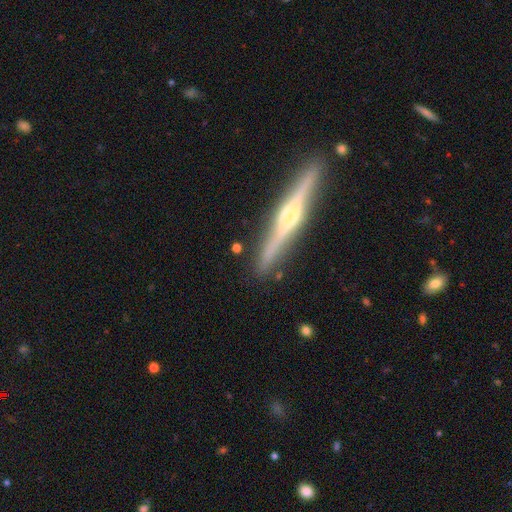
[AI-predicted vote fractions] This appears to be a featured or disk galaxy (80%) viewed edge-on (98%) with a rounded central bulge (77%). Merging: none (89%).